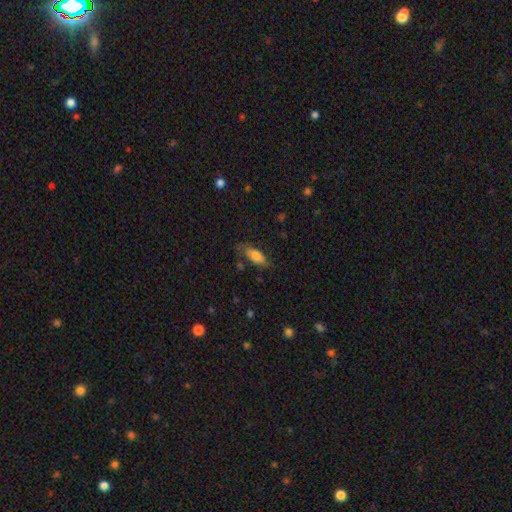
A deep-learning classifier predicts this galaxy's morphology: type=smooth (74%); roundness=in between (77%); merging=none (66%).